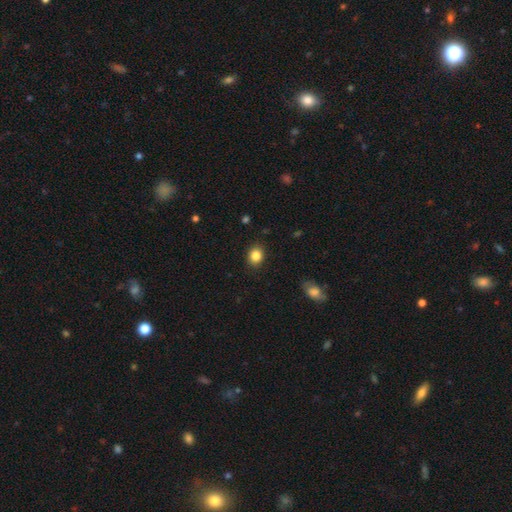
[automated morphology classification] A smooth galaxy with no disk features (85%) that is round (60%).

Vote fractions:
- Smooth or featured? smooth: 85% / star or artifact: 10% / featured or disk: 5%
- How rounded? round: 60% / in between: 39% / cigar-shaped: 1%
- Merging? none: 88% / minor disturbance: 8% / major disturbance: 2% / merger: 1%